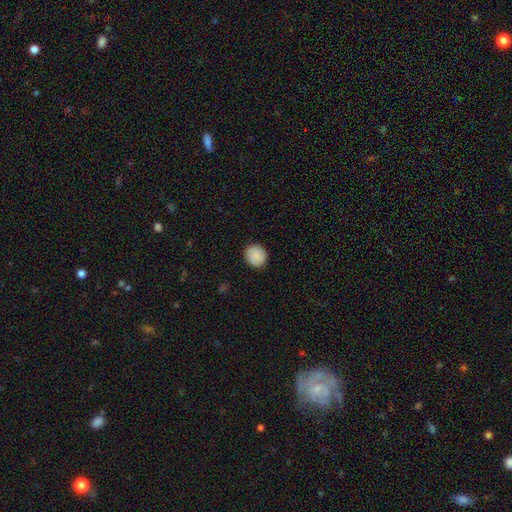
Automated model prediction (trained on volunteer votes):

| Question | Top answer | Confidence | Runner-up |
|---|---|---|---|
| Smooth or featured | smooth | 88% | star or artifact (7%) |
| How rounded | round | 85% | in between (14%) |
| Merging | none | 89% | minor disturbance (8%) |